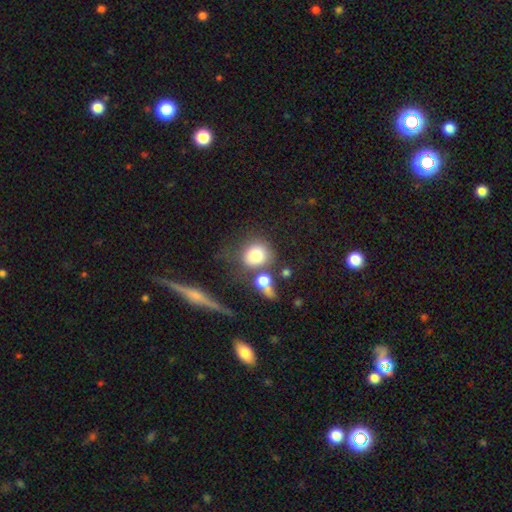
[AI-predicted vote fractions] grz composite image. It shows a smooth galaxy with no disk features (76%) that is round (77%). Merging: none (48%).